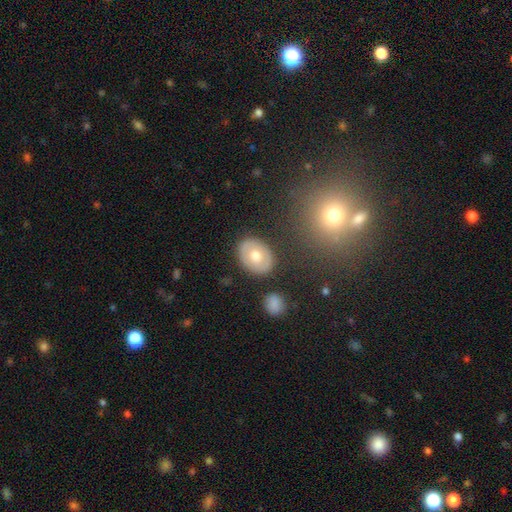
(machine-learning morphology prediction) The model was most divided on "smooth or featured": smooth: 60%, featured or disk: 33%, star or artifact: 7%. More confident: merging — none (85%); how rounded — in between (70%).